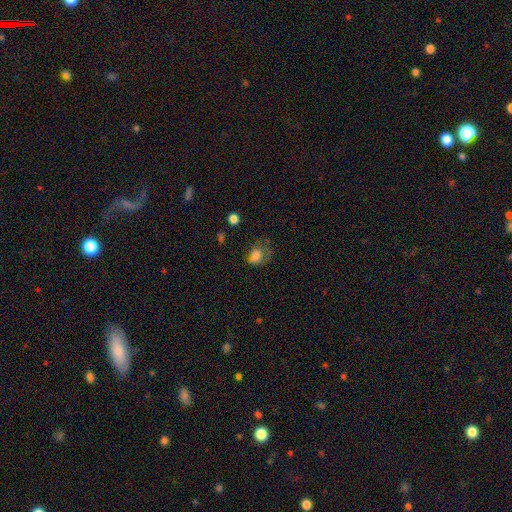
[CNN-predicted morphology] Smooth or featured? Predicted: smooth (p=0.73). How rounded? Predicted: in between (p=0.55). Merging? Predicted: none (p=0.36).